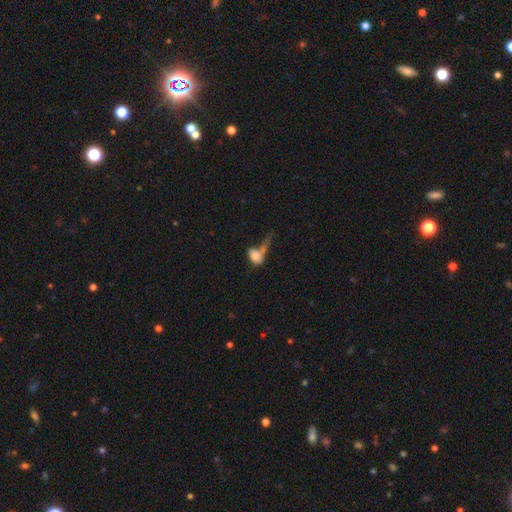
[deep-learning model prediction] The model was most divided on "merging": major disturbance: 33%, merger: 31%, none: 22%, minor disturbance: 14%. More confident: how rounded — in between (74%); smooth or featured — smooth (72%).